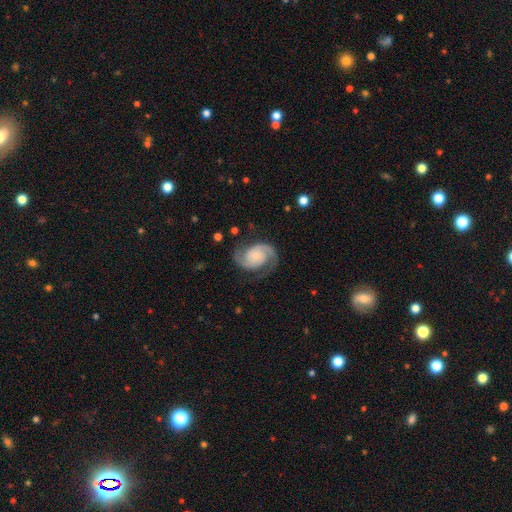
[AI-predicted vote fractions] featured or disk 88%, smooth 7%, star or artifact 5%. Down the decision tree: edge-on disk — no (98%); bar — no (69%); spiral arms — yes (98%); spiral arm count — 2 (93%); spiral winding — medium (52%); bulge size — small (44%); merging — none (75%).